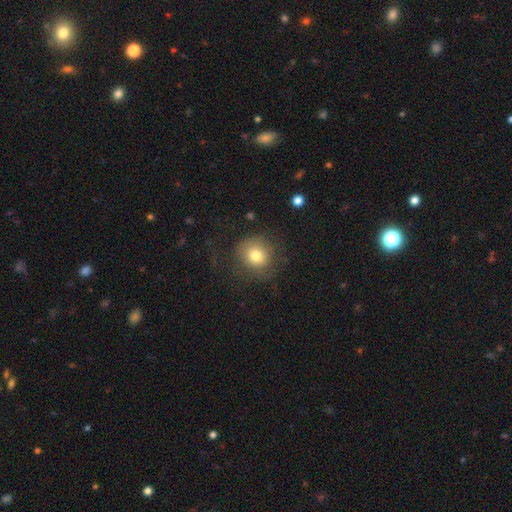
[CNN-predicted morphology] Smooth or featured: smooth — 75% (featured or disk — 14%)
How rounded: round — 83% (in between — 16%)
Merging: none — 71% (minor disturbance — 16%)